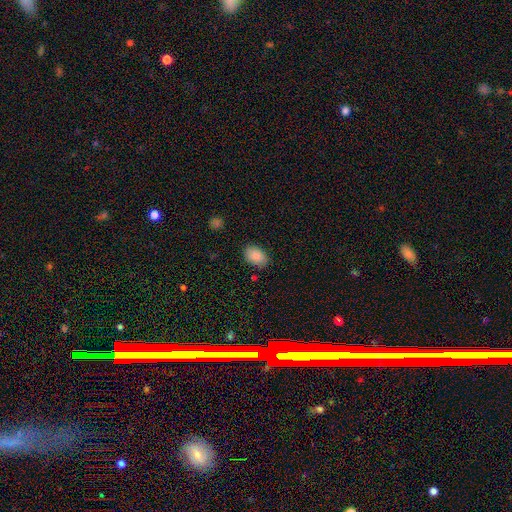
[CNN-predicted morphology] Q: Smooth or featured?
A: smooth (89%); runner-up: star or artifact (7%)
Q: How rounded?
A: in between (86%); runner-up: round (13%)
Q: Merging?
A: none (82%); runner-up: minor disturbance (13%)